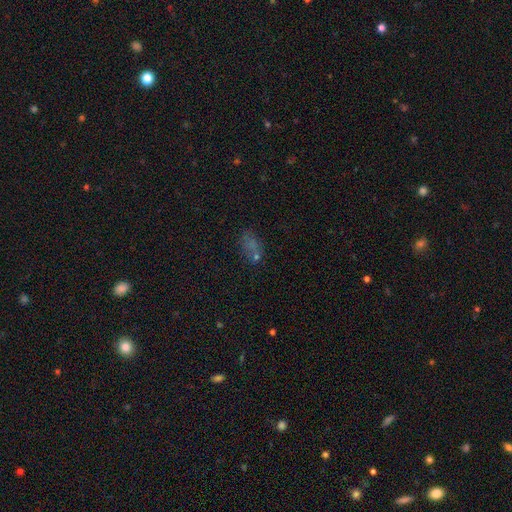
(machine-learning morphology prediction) smooth 54%, star or artifact 30%, featured or disk 15%. Down the decision tree: how rounded — in between (78%); merging — none (59%).